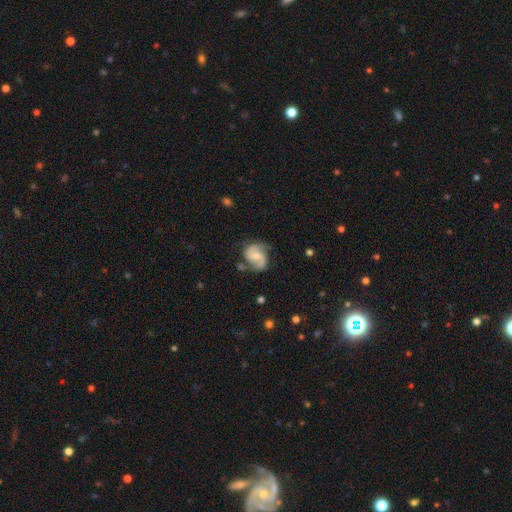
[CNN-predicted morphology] smooth-or-featured: featured or disk: 81% | smooth: 13% | star or artifact: 6%
  disk-edge-on: no: 98% | yes: 2%
    bar: no: 50% | weak: 40% | strong: 10%
    has-spiral-arms: yes: 96% | no: 4%
      spiral-winding: medium: 52% | loose: 24% | tight: 24%
      spiral-arm-count: 2: 89% | can't tell: 4% | 1: 2% | 3: 2% | 4: 1% | more than 4: 1%
    bulge-size: small: 47% | moderate: 39% | none: 9% | large: 3% | dominant: 1%
  merging: none: 67% | minor disturbance: 21% | major disturbance: 9% | merger: 4%